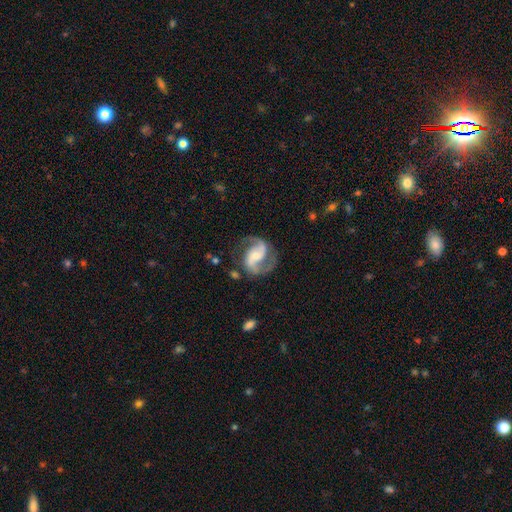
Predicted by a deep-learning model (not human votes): A featured or disk galaxy (89%) with a weak bar (42%), 2 (92%) medium (56%) spiral arms (97%) and a small central bulge (48%). Merging: none (74%).